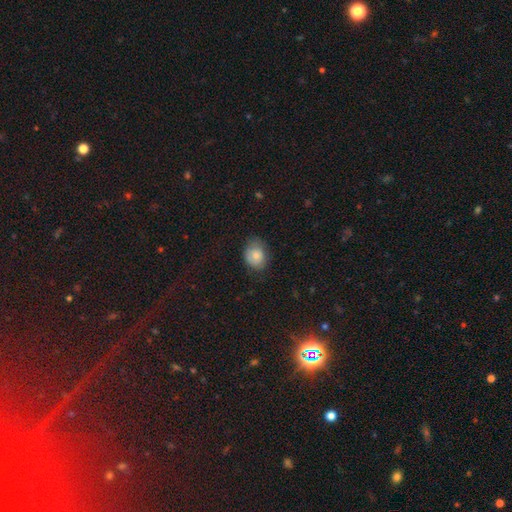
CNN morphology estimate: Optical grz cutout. It shows a smooth galaxy with no disk features (76%) that is in between round and cigar-shaped (52%). Merging: none (64%).